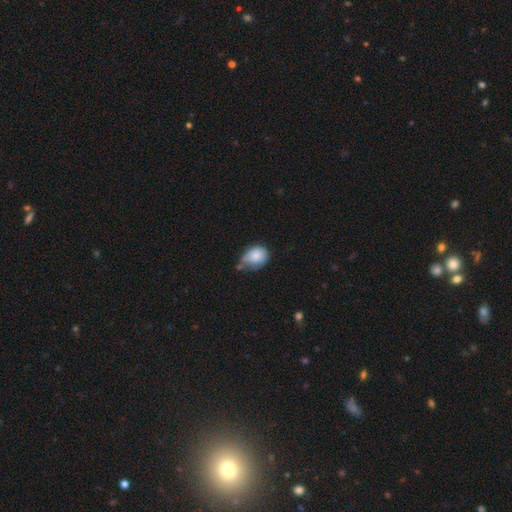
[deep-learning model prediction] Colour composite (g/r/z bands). It shows a smooth galaxy with no disk features (83%) that is in between round and cigar-shaped (58%). Merging: minor disturbance (41%).